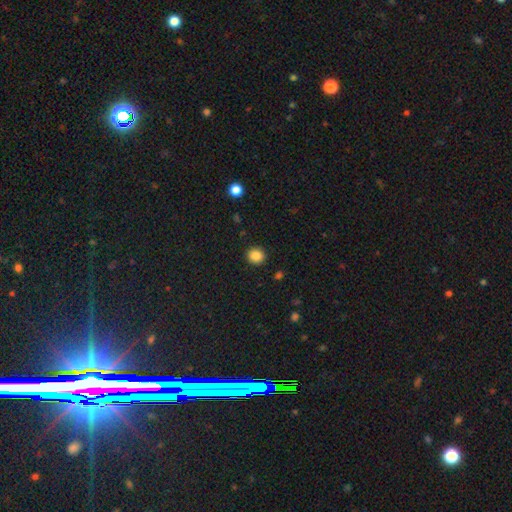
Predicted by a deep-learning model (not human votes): A smooth galaxy with no disk features (87%) that is round (83%).

Vote fractions:
- Smooth or featured? smooth: 87% / star or artifact: 10% / featured or disk: 3%
- How rounded? round: 83% / in between: 16% / cigar-shaped: 1%
- Merging? none: 91% / minor disturbance: 6% / major disturbance: 2% / merger: 1%